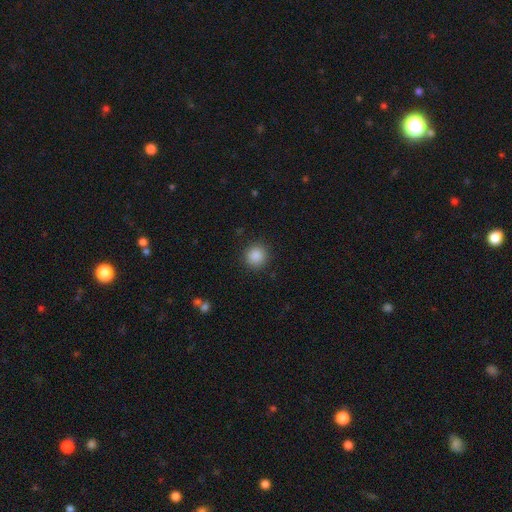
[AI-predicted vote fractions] A smooth galaxy with no disk features (87%) that is round (93%). Merging: none (90%).